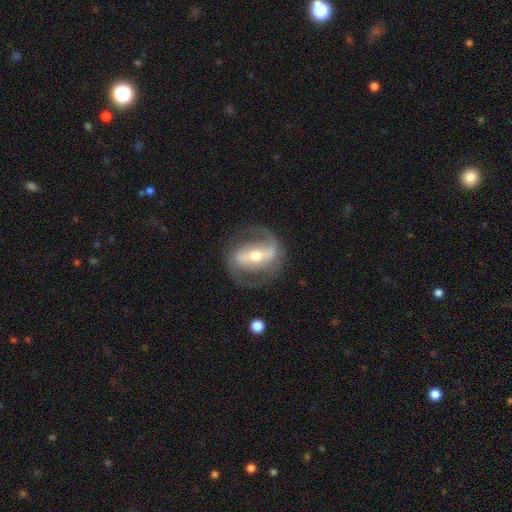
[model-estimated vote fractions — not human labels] The model was most divided on "spiral winding": medium: 49%, loose: 26%, tight: 25%. More confident: edge-on disk — no (95%); spiral arms — yes (91%); smooth or featured — featured or disk (86%); spiral arm count — 2 (86%); merging — none (76%); bulge size — moderate (63%); bar — strong (58%).